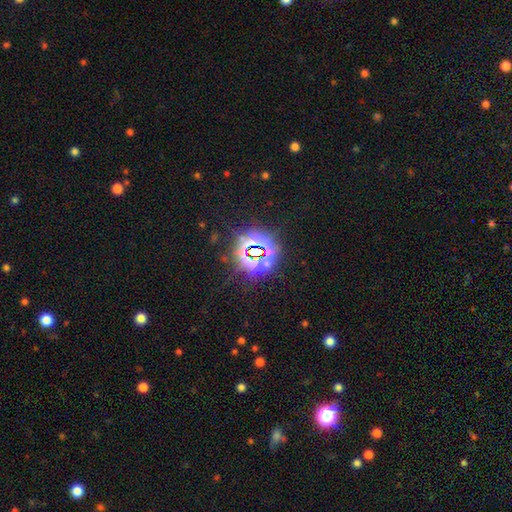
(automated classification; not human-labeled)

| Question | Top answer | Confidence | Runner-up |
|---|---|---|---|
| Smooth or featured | star or artifact | 82% | smooth (10%) |